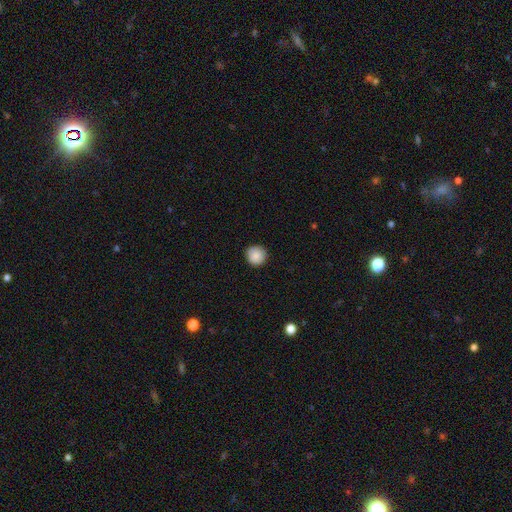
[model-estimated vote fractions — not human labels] This is clearly a smooth galaxy (87%). How rounded: clearly round (95%). Merging: clearly none (90%).